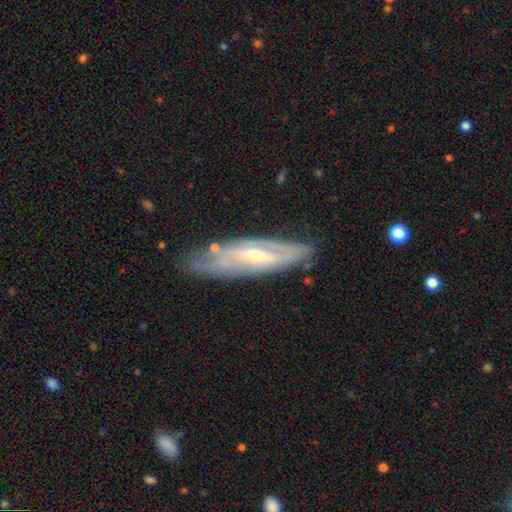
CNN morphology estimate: featured or disk 78%, smooth 15%, star or artifact 6%. Down the decision tree: edge-on disk — no (69%); bar — weak (42%); spiral arms — yes (77%); bulge size — small (50%); merging — none (73%).